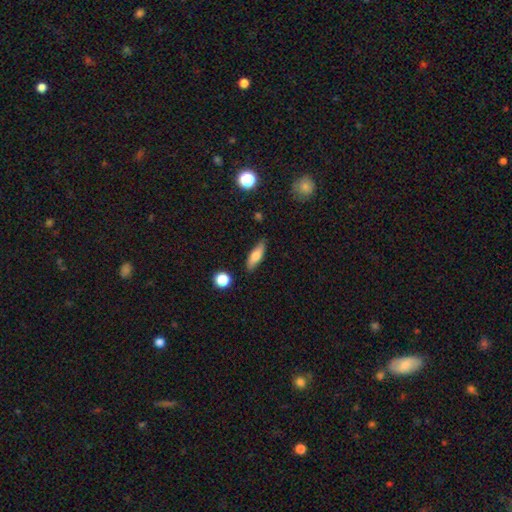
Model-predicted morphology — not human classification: Smooth or featured? Predicted: smooth (p=0.71). How rounded? Predicted: in between (p=0.55). Merging? Predicted: none (p=0.83).